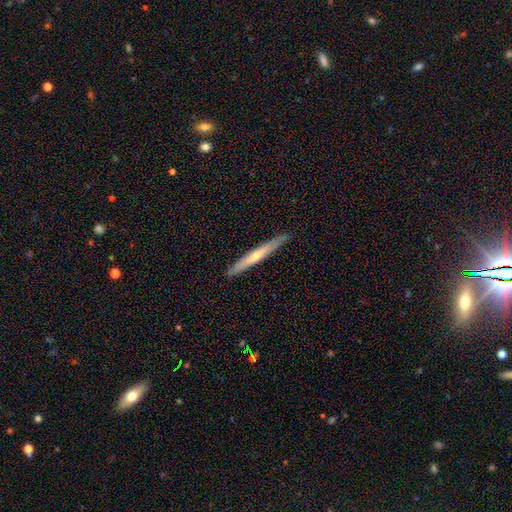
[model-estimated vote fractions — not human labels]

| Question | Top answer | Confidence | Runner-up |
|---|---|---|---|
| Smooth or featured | featured or disk | 55% | smooth (39%) |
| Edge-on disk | yes | 95% | no (5%) |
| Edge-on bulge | rounded | 61% | none (36%) |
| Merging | none | 90% | minor disturbance (8%) |